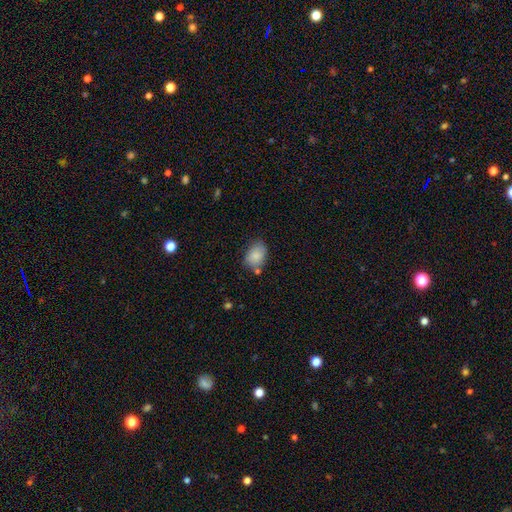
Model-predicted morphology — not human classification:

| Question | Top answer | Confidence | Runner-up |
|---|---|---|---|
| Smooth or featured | smooth | 86% | star or artifact (7%) |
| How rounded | in between | 81% | round (18%) |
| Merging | none | 67% | minor disturbance (21%) |